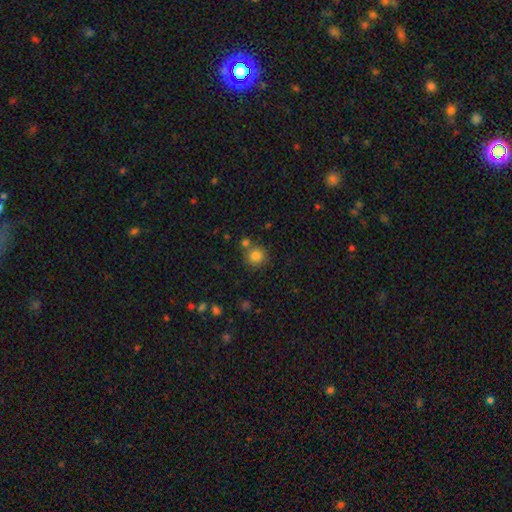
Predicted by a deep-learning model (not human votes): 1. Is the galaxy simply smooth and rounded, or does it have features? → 83% smooth, 11% star or artifact, 6% featured or disk.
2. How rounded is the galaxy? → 92% round, 7% in between, 1% cigar-shaped.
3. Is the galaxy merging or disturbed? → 73% none, 15% merger, 9% minor disturbance, 3% major disturbance.